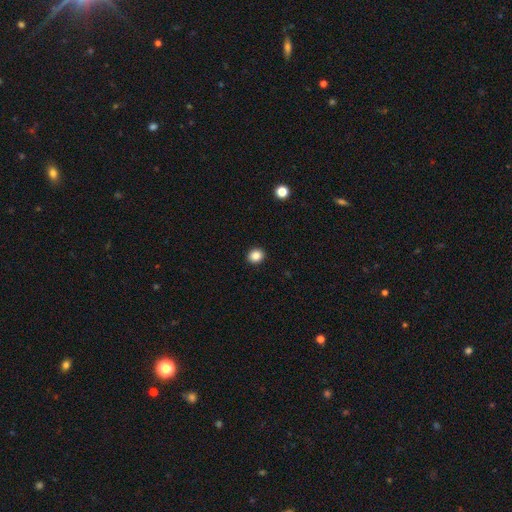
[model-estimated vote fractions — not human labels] Smooth or featured: smooth — 86% (star or artifact — 10%)
How rounded: round — 78% (in between — 21%)
Merging: none — 93% (minor disturbance — 5%)